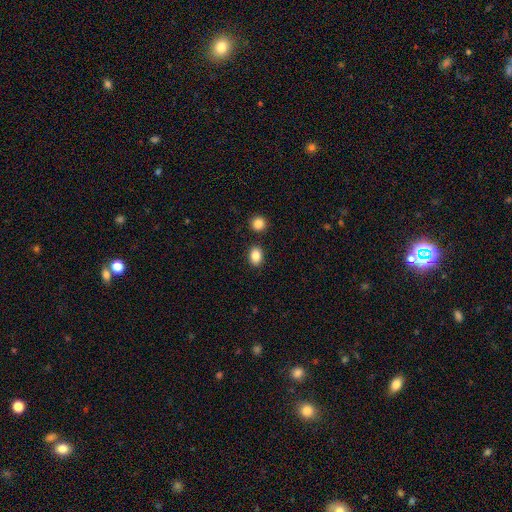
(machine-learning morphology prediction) type=smooth (87%); roundness=in between (71%); merging=none (85%).